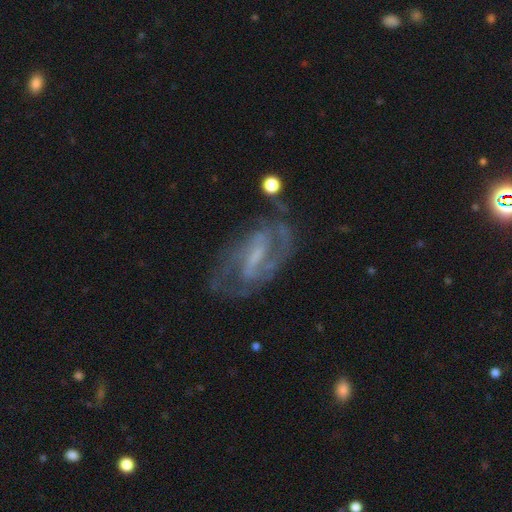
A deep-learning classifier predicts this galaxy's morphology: Q: Smooth or featured?
A: featured or disk (83%); runner-up: smooth (10%)
Q: Edge-on disk?
A: no (94%); runner-up: yes (6%)
Q: Bar?
A: weak (42%); tied with: strong (42%)
Q: Spiral arms?
A: yes (90%); runner-up: no (10%)
Q: Spiral winding?
A: medium (48%); runner-up: tight (36%)
Q: Spiral arm count?
A: 2 (68%); runner-up: can't tell (18%)
Q: Bulge size?
A: small (39%); runner-up: none (35%)
Q: Merging?
A: none (64%); runner-up: minor disturbance (20%)